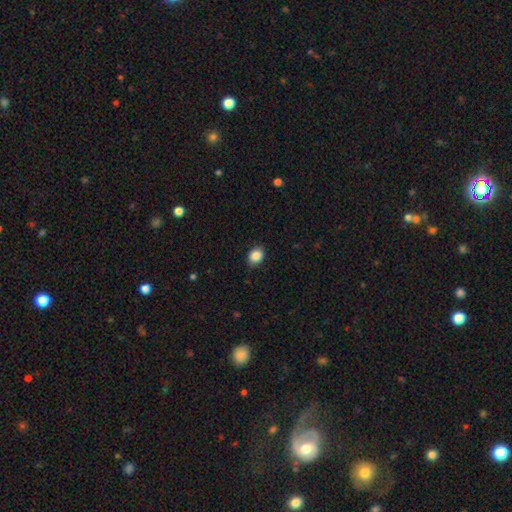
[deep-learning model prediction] A smooth galaxy with no disk features (87%) that is in between round and cigar-shaped (66%).

Vote fractions:
- Smooth or featured? smooth: 87% / star or artifact: 8% / featured or disk: 4%
- How rounded? in between: 66% / round: 33% / cigar-shaped: 1%
- Merging? none: 85% / minor disturbance: 12% / major disturbance: 2% / merger: 1%